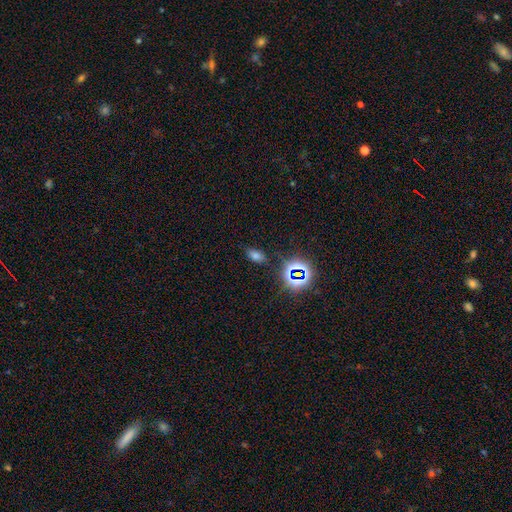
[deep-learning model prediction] The model was most divided on "smooth or featured": smooth: 63%, star or artifact: 28%, featured or disk: 9%. More confident: how rounded — in between (87%); merging — none (82%).